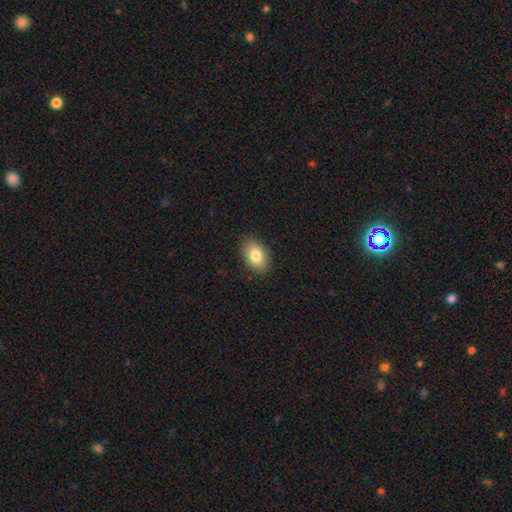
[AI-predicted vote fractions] Morphology: type=smooth (82%); roundness=in between (89%); merging=none (87%).